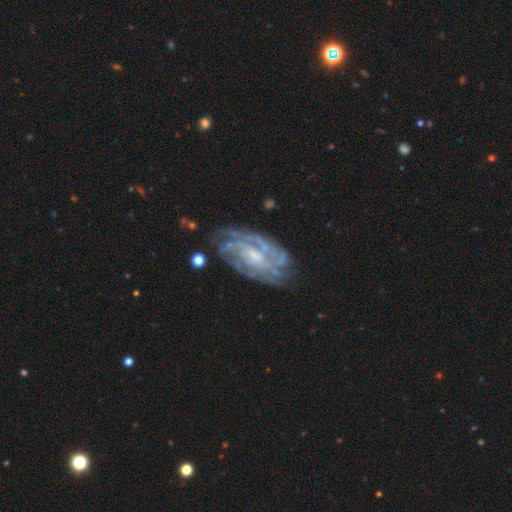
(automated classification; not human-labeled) smooth_or_featured: featured or disk (p=0.87) [alt: smooth p=0.07]
disk_edge_on: no (p=0.96) [alt: yes p=0.04]
bar: no (p=0.46) [alt: weak p=0.42]
has_spiral_arms: yes (p=0.95) [alt: no p=0.05]
spiral_winding: tight (p=0.64) [alt: medium p=0.30]
spiral_arm_count: can't tell (p=0.31) [alt: 3 p=0.22]
bulge_size: small (p=0.54) [alt: moderate p=0.29]
merging: none (p=0.71) [alt: minor disturbance p=0.19]